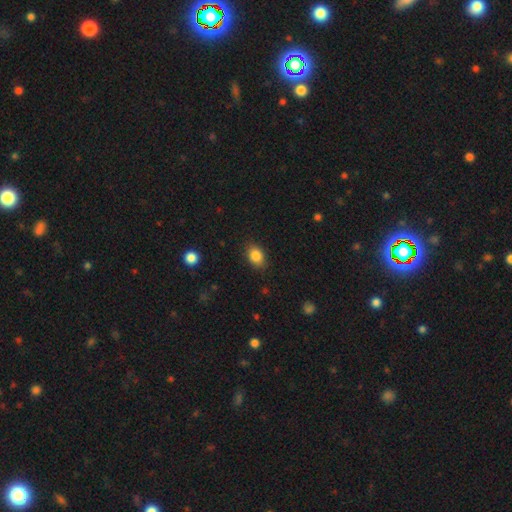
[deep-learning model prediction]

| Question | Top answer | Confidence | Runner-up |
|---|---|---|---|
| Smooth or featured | smooth | 86% | star or artifact (9%) |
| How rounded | in between | 72% | round (27%) |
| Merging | none | 85% | minor disturbance (11%) |